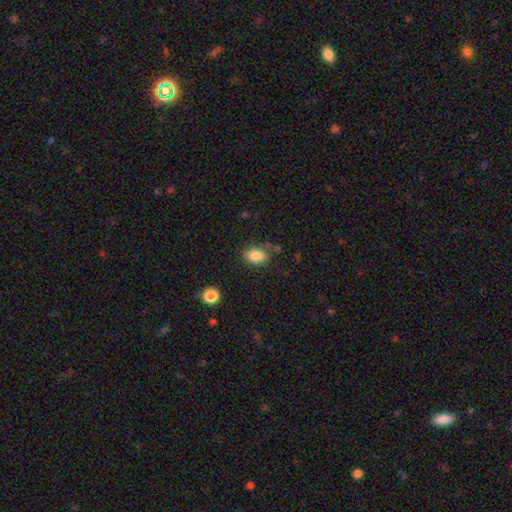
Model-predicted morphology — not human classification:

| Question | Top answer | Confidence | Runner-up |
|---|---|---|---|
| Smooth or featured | smooth | 84% | star or artifact (9%) |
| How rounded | in between | 84% | round (14%) |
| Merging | none | 75% | minor disturbance (17%) |